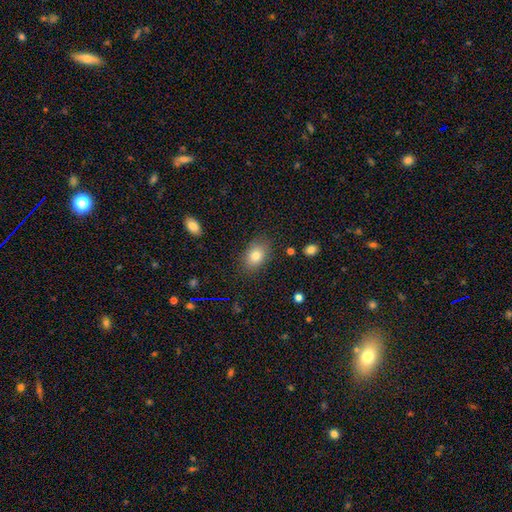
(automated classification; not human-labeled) Smooth or featured?
  - smooth: 80% *
  - star or artifact: 10%
  - featured or disk: 10%
How rounded?
  - in between: 77% *
  - round: 21%
  - cigar-shaped: 1%
Merging?
  - none: 83% *
  - minor disturbance: 12%
  - major disturbance: 3%
  - merger: 2%